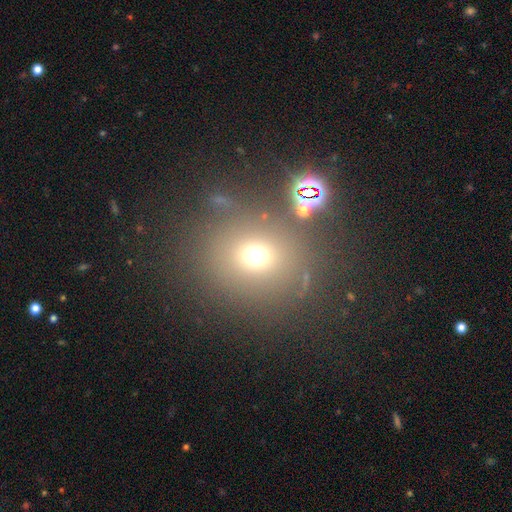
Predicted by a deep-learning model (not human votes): A smooth galaxy with no disk features (65%) that is round (82%). Merging: none (75%).